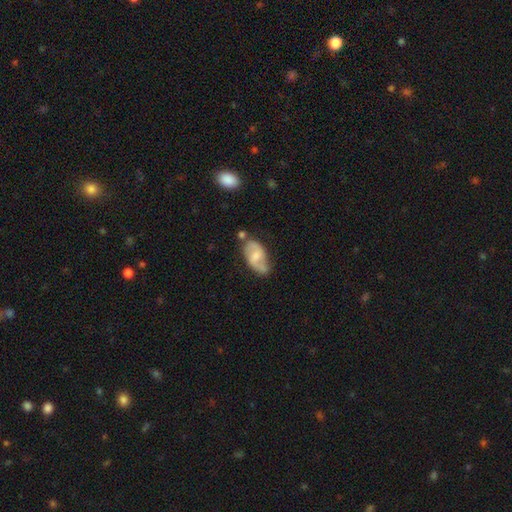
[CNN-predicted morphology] Smooth or featured? Predicted: featured or disk (p=0.60). Edge-on disk? Predicted: no (p=0.95). Bar? Predicted: weak (p=0.50). Spiral arms? Predicted: yes (p=0.86). Bulge size? Predicted: moderate (p=0.43). Merging? Predicted: none (p=0.56).